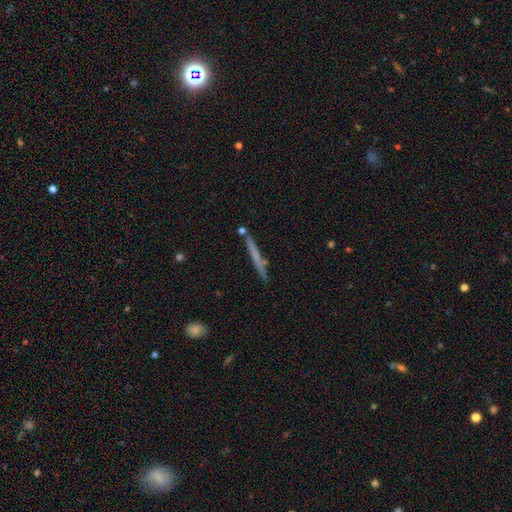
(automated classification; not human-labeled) Smooth or featured? smooth (49%)
Merging? none (85%)